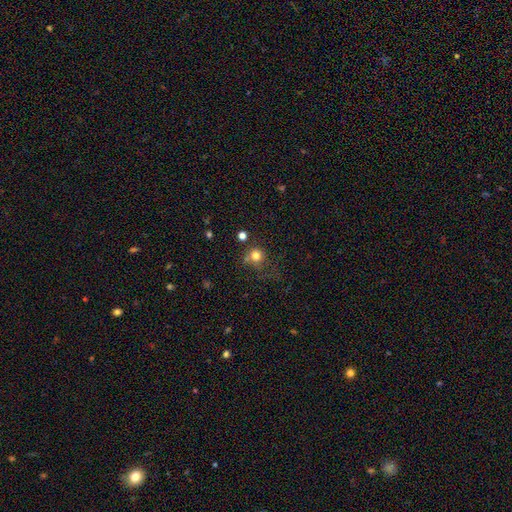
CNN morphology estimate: smooth 76%, star or artifact 15%, featured or disk 9%. Down the decision tree: how rounded — round (89%); merging — none (58%).